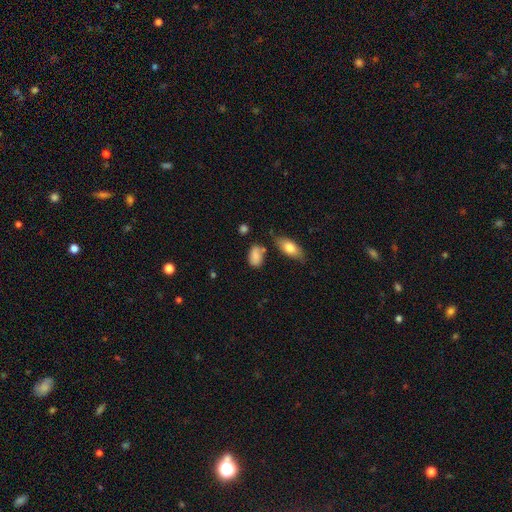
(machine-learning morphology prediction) Smooth or featured? Predicted: smooth (p=0.82). How rounded? Predicted: in between (p=0.87). Merging? Predicted: none (p=0.62).